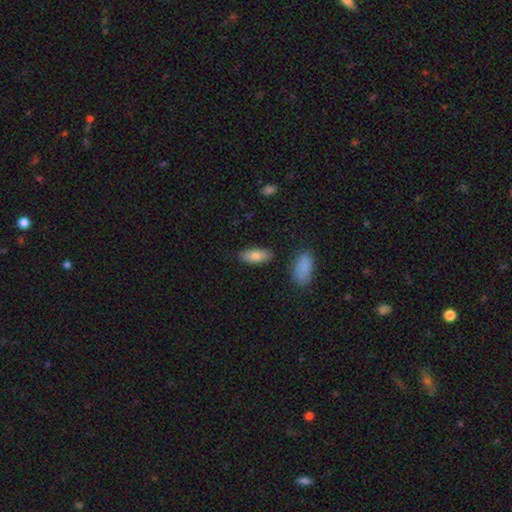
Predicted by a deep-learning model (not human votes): This appears to be a smooth galaxy with no disk features (81%) that is in between round and cigar-shaped (85%). Merging: none (84%).